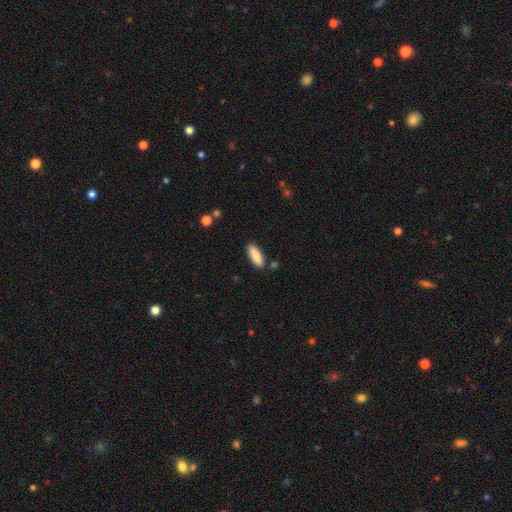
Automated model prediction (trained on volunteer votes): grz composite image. It shows a smooth galaxy with no disk features (88%) that is in between round and cigar-shaped (56%). Merging: none (84%).